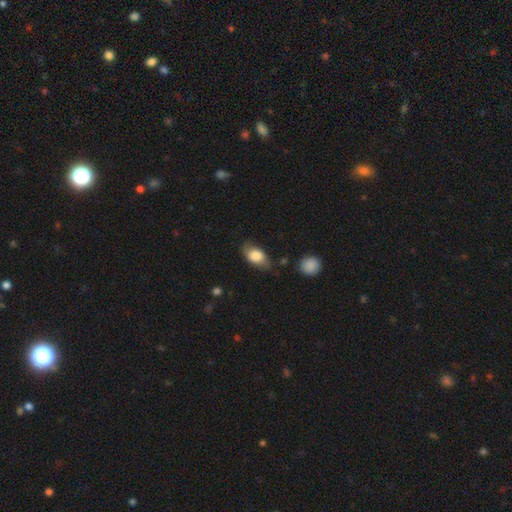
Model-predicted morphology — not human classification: Smooth or featured?
  - smooth: 79% *
  - featured or disk: 14%
  - star or artifact: 7%
How rounded?
  - in between: 88% *
  - round: 9%
  - cigar-shaped: 3%
Merging?
  - none: 63% *
  - minor disturbance: 26%
  - major disturbance: 7%
  - merger: 3%